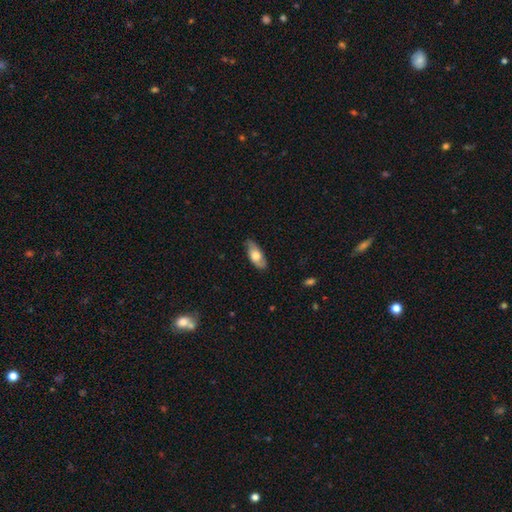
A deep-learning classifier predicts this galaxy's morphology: Smooth or featured? Predicted: smooth (p=0.60). How rounded? Predicted: in between (p=0.84). Merging? Predicted: none (p=0.80).